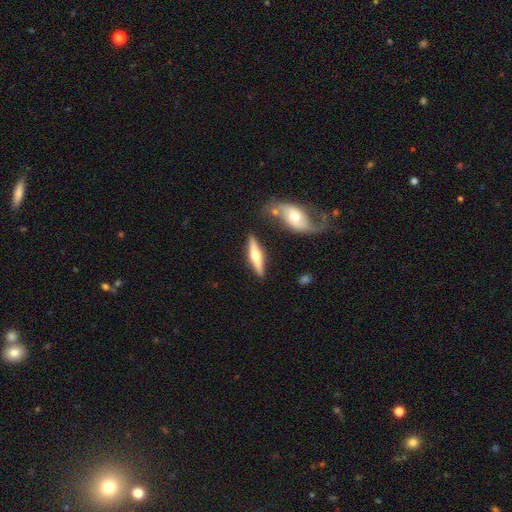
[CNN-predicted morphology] Smooth or featured? Predicted: featured or disk (p=0.58). Edge-on disk? Predicted: yes (p=0.94). Edge-on bulge? Predicted: rounded (p=0.89). Merging? Predicted: none (p=0.80).